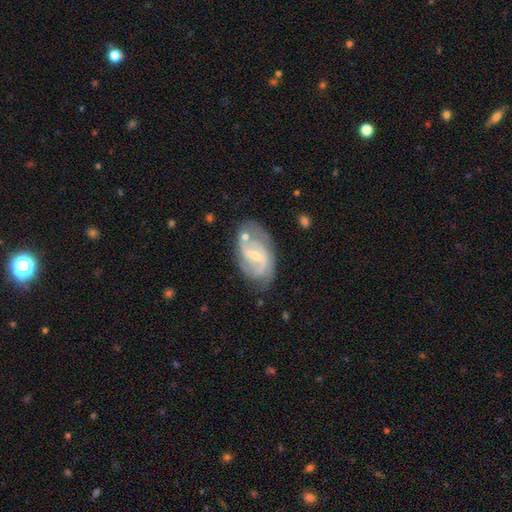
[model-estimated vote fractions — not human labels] Smooth or featured?
  - featured or disk: 83% *
  - smooth: 12%
  - star or artifact: 5%
Edge-on disk?
  - no: 96% *
  - yes: 4%
Bar?
  - weak: 51% *
  - strong: 28%
  - no: 21%
Spiral arms?
  - yes: 92% *
  - no: 8%
Spiral winding?
  - medium: 47% *
  - tight: 31%
  - loose: 21%
Spiral arm count?
  - 2: 69% *
  - can't tell: 14%
  - 3: 9%
  - 1: 3%
  - 4: 2%
  - more than 4: 2%
Bulge size?
  - small: 66% *
  - moderate: 30%
  - none: 2%
  - large: 1%
  - dominant: 1%
Merging?
  - none: 64% *
  - minor disturbance: 22%
  - major disturbance: 8%
  - merger: 6%